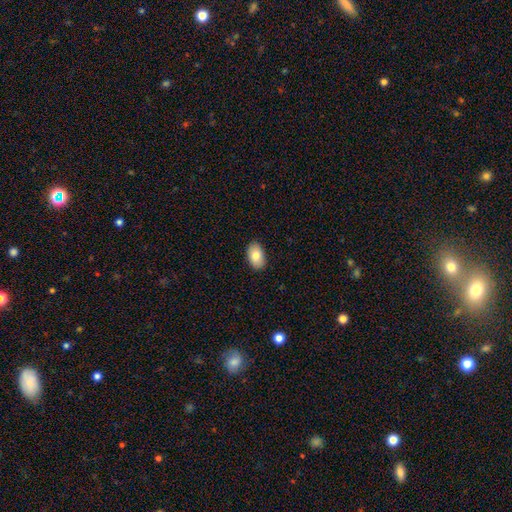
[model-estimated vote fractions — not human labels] Morphology: type=smooth (83%); roundness=in between (91%); merging=none (88%).